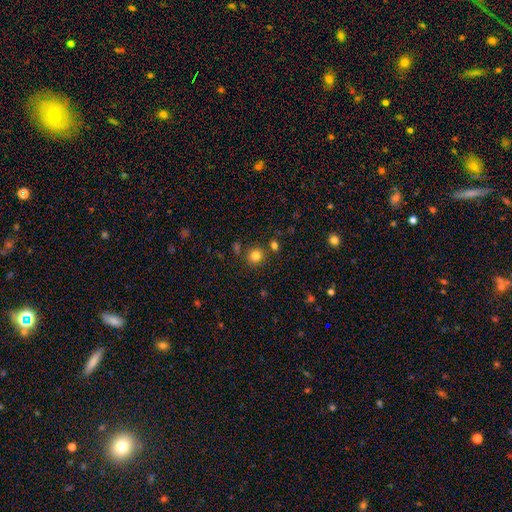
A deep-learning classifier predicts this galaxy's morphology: smooth 81%, star or artifact 13%, featured or disk 6%. Down the decision tree: how rounded — round (85%); merging — none (82%).